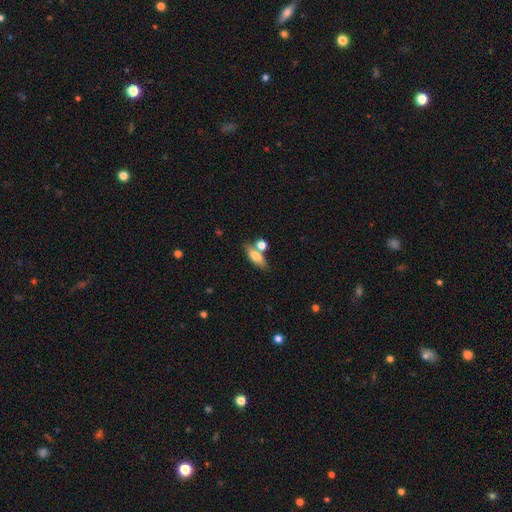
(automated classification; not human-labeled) smooth_or_featured: smooth (p=0.74) [alt: featured or disk p=0.18]
how_rounded: in between (p=0.68) [alt: cigar-shaped p=0.26]
merging: none (p=0.58) [alt: merger p=0.25]